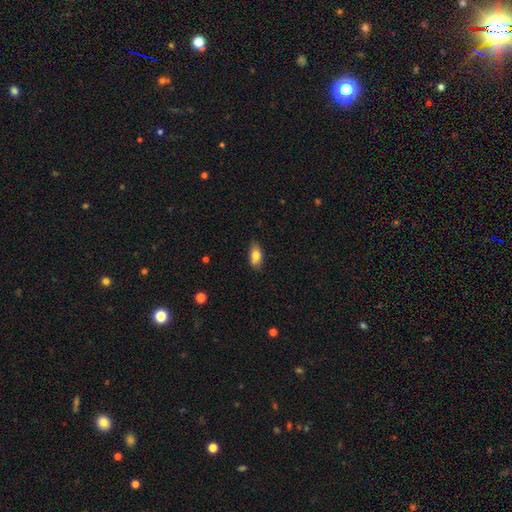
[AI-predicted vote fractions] Q: Smooth or featured?
A: smooth (79%); runner-up: featured or disk (13%)
Q: How rounded?
A: in between (89%); runner-up: cigar-shaped (7%)
Q: Merging?
A: none (83%); runner-up: minor disturbance (14%)